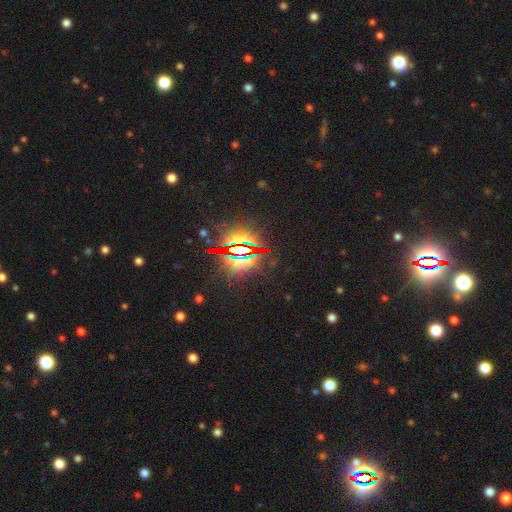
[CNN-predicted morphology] Smooth or featured?
  - star or artifact: 86% *
  - featured or disk: 7%
  - smooth: 7%